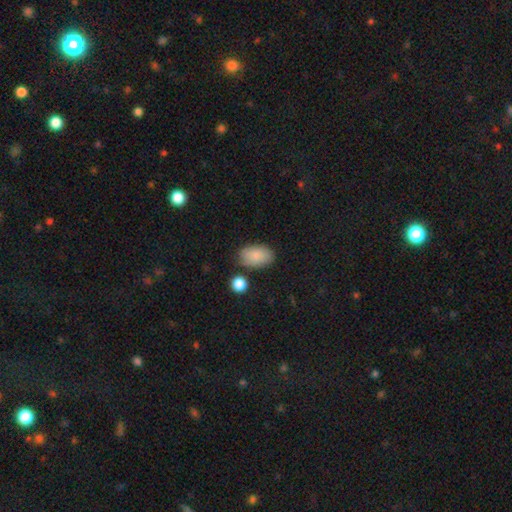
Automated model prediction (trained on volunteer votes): smooth-or-featured: smooth: 84% | featured or disk: 9% | star or artifact: 7%
  how-rounded: in between: 91% | round: 7% | cigar-shaped: 1%
  merging: none: 73% | minor disturbance: 17% | merger: 6% | major disturbance: 4%